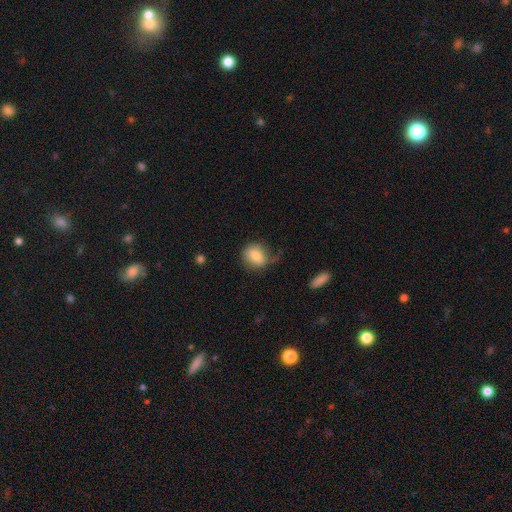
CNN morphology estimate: smooth-or-featured: smooth: 78% | featured or disk: 13% | star or artifact: 8%
  how-rounded: round: 55% | in between: 44% | cigar-shaped: 2%
  merging: none: 54% | minor disturbance: 29% | major disturbance: 14% | merger: 3%